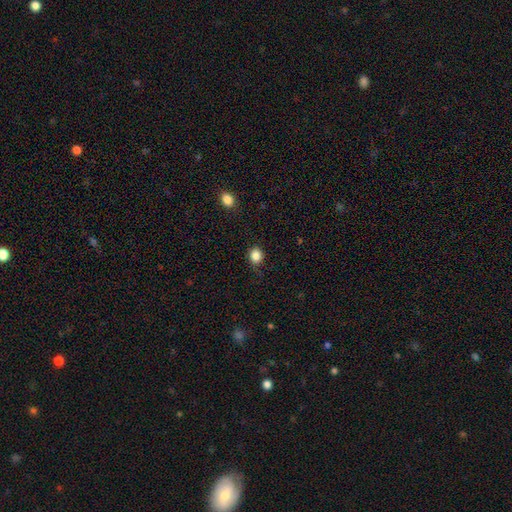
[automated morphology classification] Smooth or featured? Predicted: smooth (p=0.85). How rounded? Predicted: round (p=0.74). Merging? Predicted: none (p=0.80).